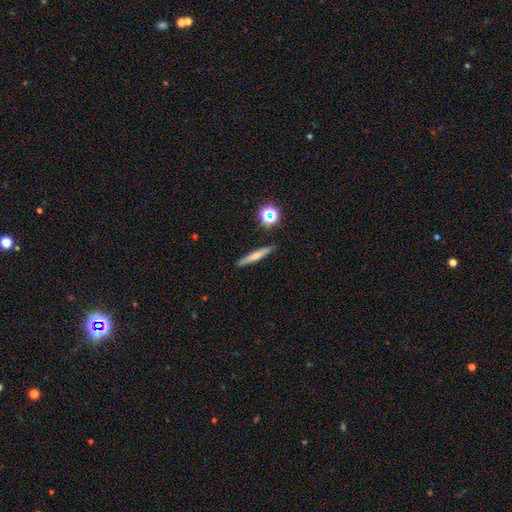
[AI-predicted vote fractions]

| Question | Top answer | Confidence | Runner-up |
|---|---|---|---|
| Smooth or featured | smooth | 61% | featured or disk (29%) |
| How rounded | cigar-shaped | 92% | in between (5%) |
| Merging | none | 89% | minor disturbance (7%) |